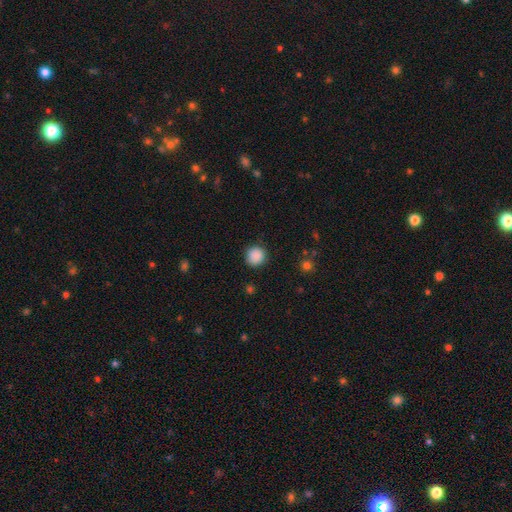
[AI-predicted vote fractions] Q: Smooth or featured?
A: smooth (88%); runner-up: star or artifact (9%)
Q: How rounded?
A: round (92%); runner-up: in between (7%)
Q: Merging?
A: none (89%); runner-up: minor disturbance (8%)